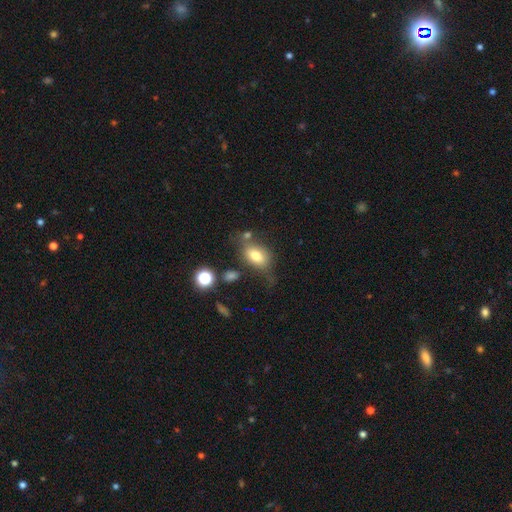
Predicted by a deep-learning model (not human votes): A smooth galaxy with no disk features (74%) that is in between round and cigar-shaped (81%).

Vote fractions:
- Smooth or featured? smooth: 74% / featured or disk: 16% / star or artifact: 10%
- How rounded? in between: 81% / round: 17% / cigar-shaped: 2%
- Merging? none: 55% / minor disturbance: 22% / major disturbance: 12% / merger: 11%